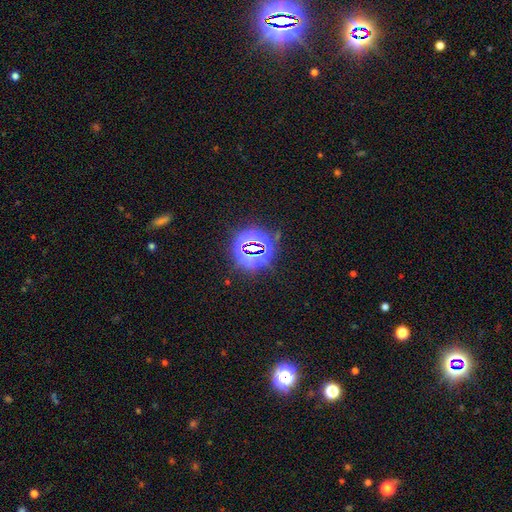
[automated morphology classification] smooth-or-featured: star or artifact: 81% | smooth: 11% | featured or disk: 8%